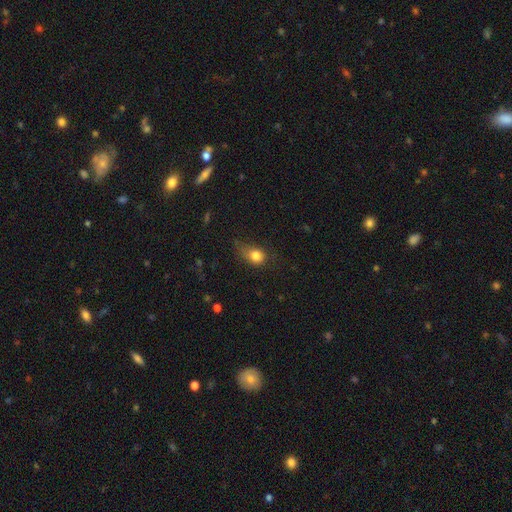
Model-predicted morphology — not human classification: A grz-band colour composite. It shows a smooth galaxy with no disk features (80%) that is round (50%). Merging: none (42%).